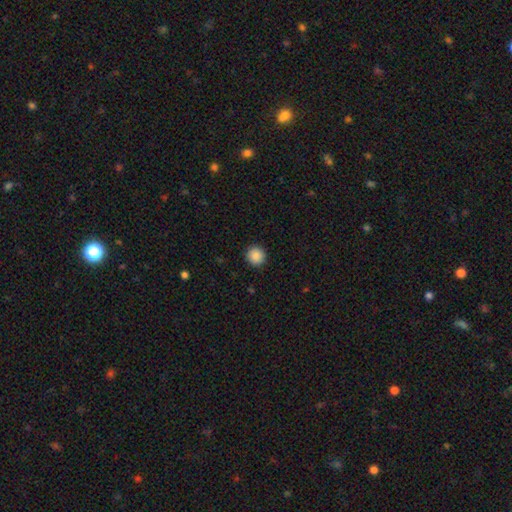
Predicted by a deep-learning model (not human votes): The model was most divided on "smooth or featured": smooth: 88%, star or artifact: 9%, featured or disk: 3%. More confident: how rounded — round (93%); merging — none (92%).